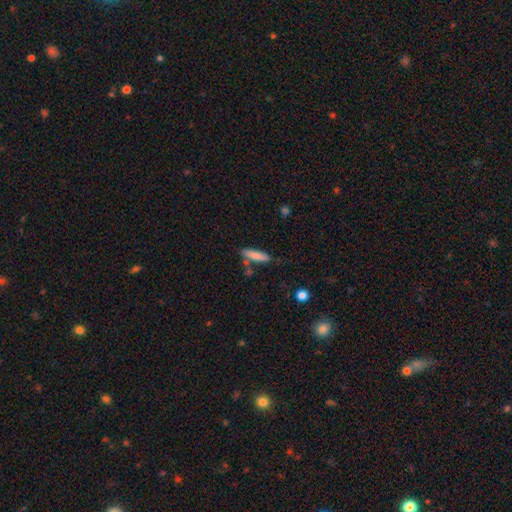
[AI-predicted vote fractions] smooth_or_featured: smooth (p=0.77) [alt: featured or disk p=0.16]
how_rounded: cigar-shaped (p=0.76) [alt: in between p=0.22]
merging: none (p=0.67) [alt: minor disturbance p=0.18]